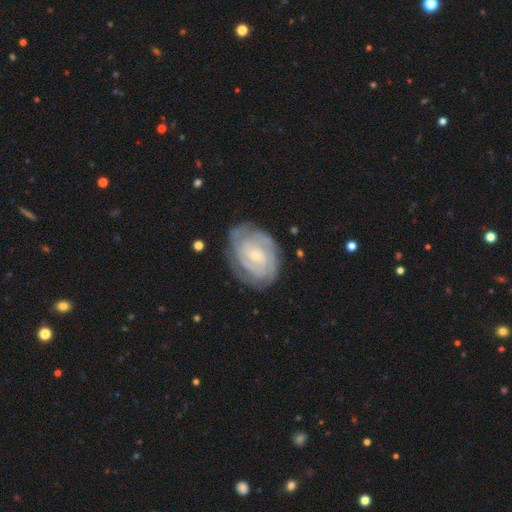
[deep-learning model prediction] Smooth or featured? featured or disk (85%)
Edge-on disk? no (97%)
Bar? no (65%)
Spiral arms? yes (96%)
Spiral winding? tight (76%)
Spiral arm count? can't tell (33%)
Bulge size? small (76%)
Merging? none (76%)